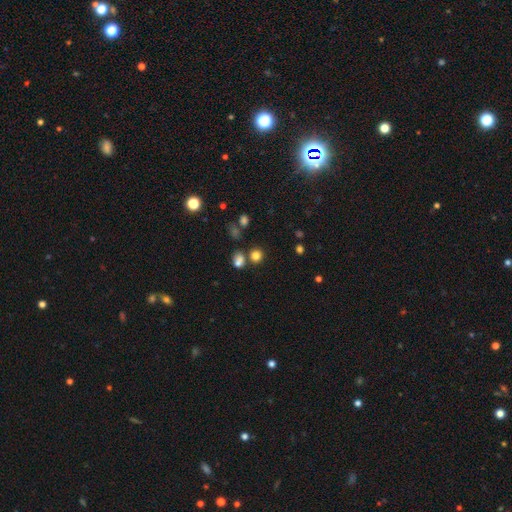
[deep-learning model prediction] The model was most divided on "merging": none: 69%, merger: 18%, minor disturbance: 9%, major disturbance: 4%. More confident: how rounded — round (83%); smooth or featured — smooth (77%).